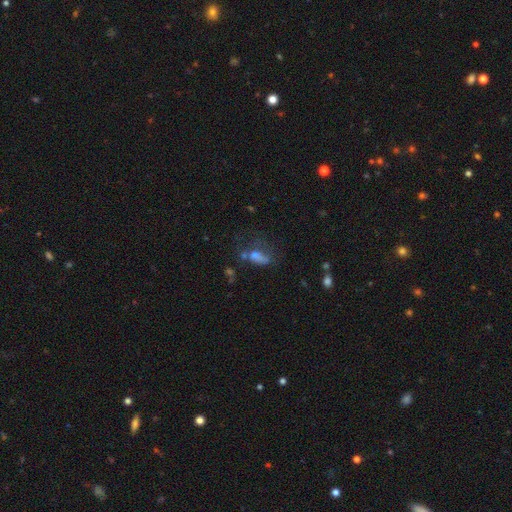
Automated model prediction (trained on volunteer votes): Smooth or featured?
  - smooth: 50% *
  - featured or disk: 26%
  - star or artifact: 24%
Merging?
  - major disturbance: 34% *
  - none: 31%
  - minor disturbance: 21%
  - merger: 15%